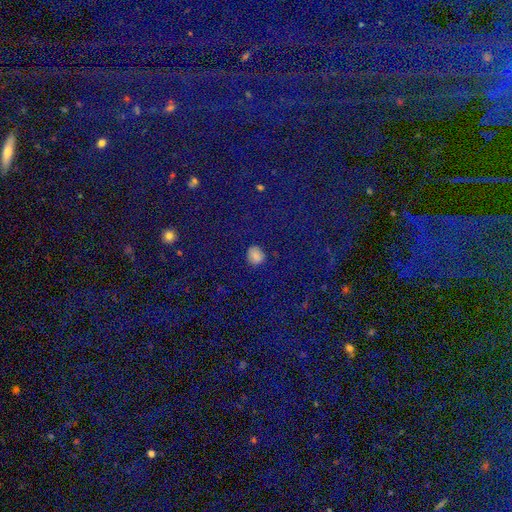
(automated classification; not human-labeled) Smooth or featured?
  - star or artifact: 69% *
  - smooth: 23%
  - featured or disk: 8%